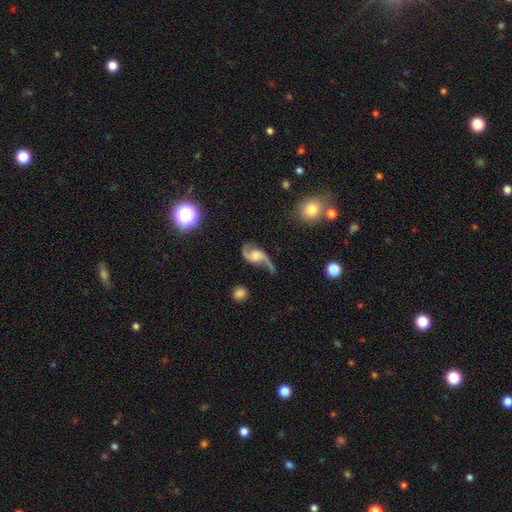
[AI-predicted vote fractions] featured or disk 87%, smooth 7%, star or artifact 6%. Down the decision tree: edge-on disk — no (97%); bar — no (58%); spiral arms — yes (97%); spiral arm count — 2 (93%); spiral winding — loose (77%); bulge size — none (31%); merging — none (61%).